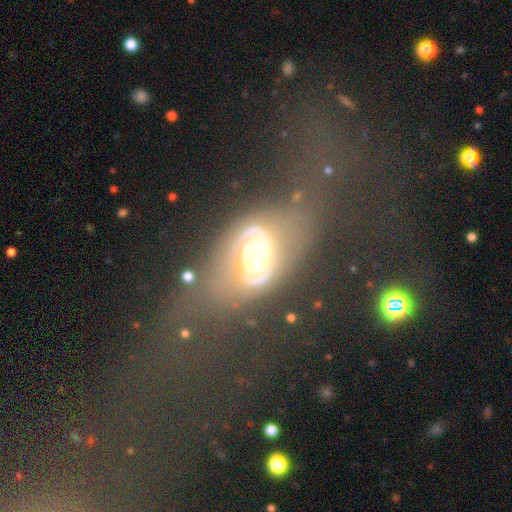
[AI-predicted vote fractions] A featured or disk galaxy (87%) with no bar (52%), 2 (90%) medium (46%) spiral arms (94%) and a moderate central bulge (51%). Merging: none (53%).